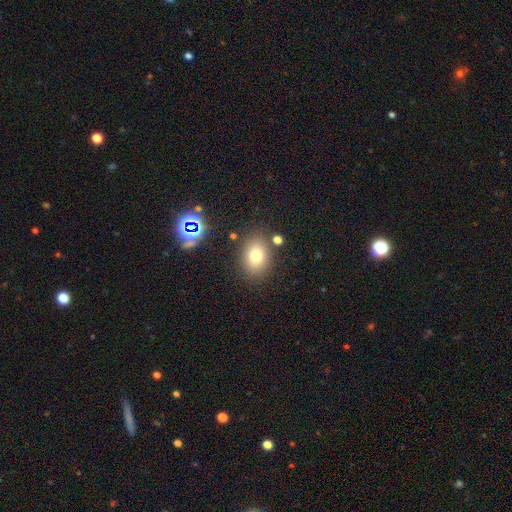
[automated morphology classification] Smooth or featured?
  - smooth: 76% *
  - star or artifact: 14%
  - featured or disk: 10%
How rounded?
  - in between: 67% *
  - round: 31%
  - cigar-shaped: 1%
Merging?
  - none: 81% *
  - minor disturbance: 11%
  - merger: 4%
  - major disturbance: 4%